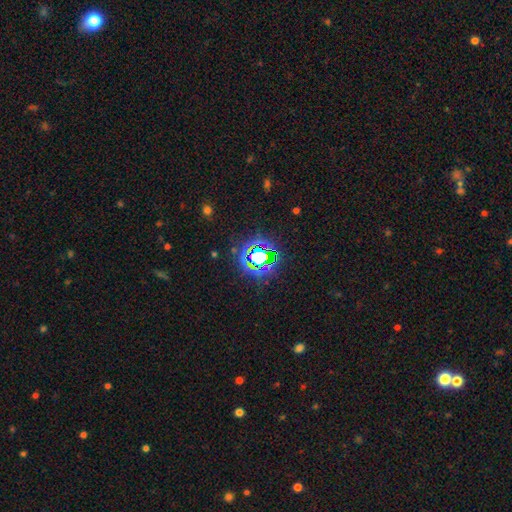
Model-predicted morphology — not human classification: A star or artifact, not a galaxy (70%).